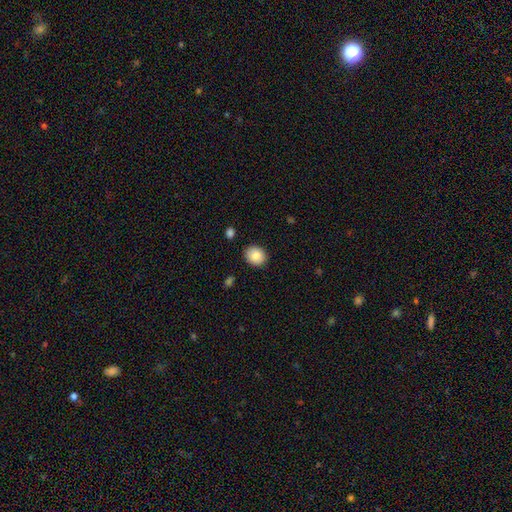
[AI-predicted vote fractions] Smooth or featured? smooth (85%)
How rounded? round (65%)
Merging? none (88%)